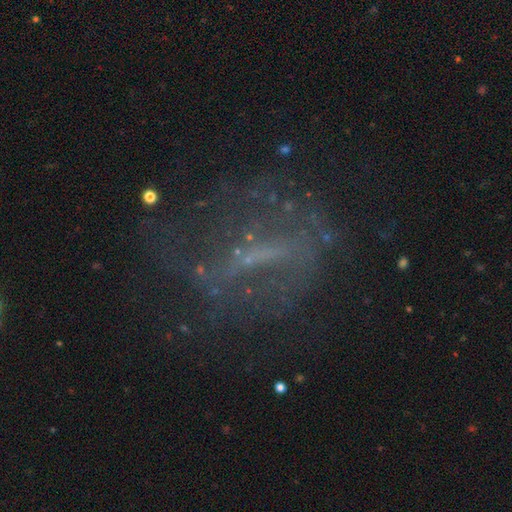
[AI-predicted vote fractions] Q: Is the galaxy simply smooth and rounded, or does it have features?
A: featured or disk — 60%.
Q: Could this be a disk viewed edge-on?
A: no — 91%.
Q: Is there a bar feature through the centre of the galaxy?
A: no — 36%.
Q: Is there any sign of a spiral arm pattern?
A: no — 68%.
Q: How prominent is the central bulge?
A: none — 51%.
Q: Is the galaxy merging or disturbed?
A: none — 53%.